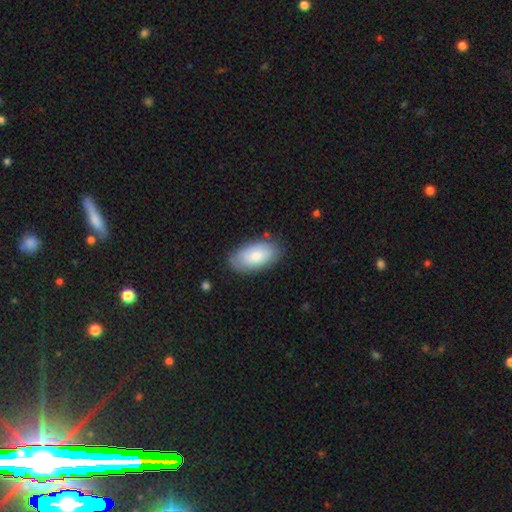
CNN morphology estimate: Smooth or featured? Predicted: smooth (p=0.76). How rounded? Predicted: in between (p=0.95). Merging? Predicted: none (p=0.79).